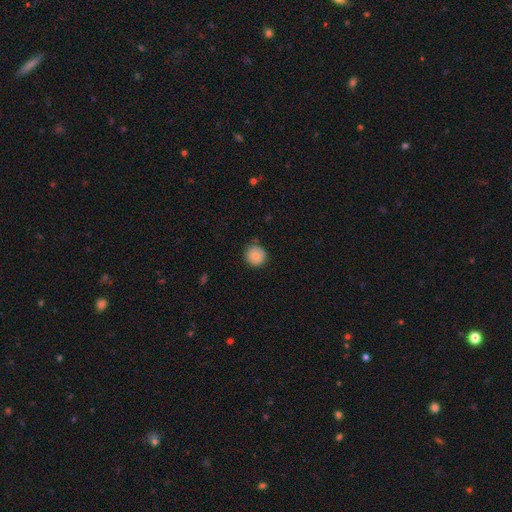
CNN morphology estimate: smooth-or-featured: smooth: 83% | featured or disk: 9% | star or artifact: 8%
  how-rounded: round: 94% | in between: 5% | cigar-shaped: 1%
  merging: none: 85% | minor disturbance: 12% | major disturbance: 2% | merger: 1%